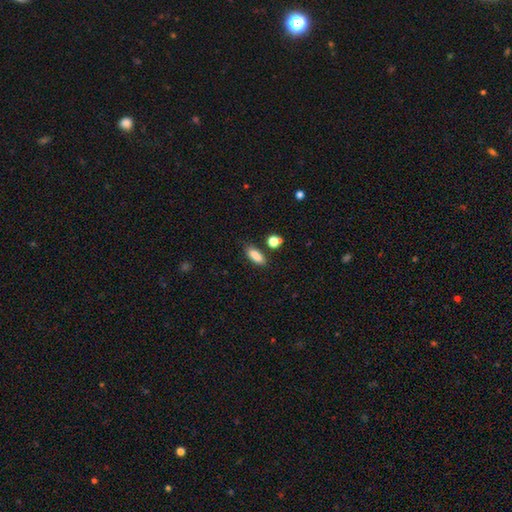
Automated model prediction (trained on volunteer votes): Smooth or featured? Predicted: smooth (p=0.86). How rounded? Predicted: in between (p=0.74). Merging? Predicted: none (p=0.80).